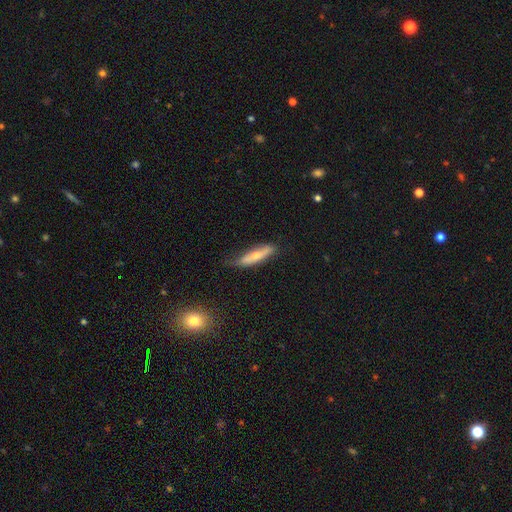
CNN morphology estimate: Overall: smooth (55%; featured or disk 39%). How rounded: cigar-shaped (73%). Merging: none (64%; minor disturbance 28%).